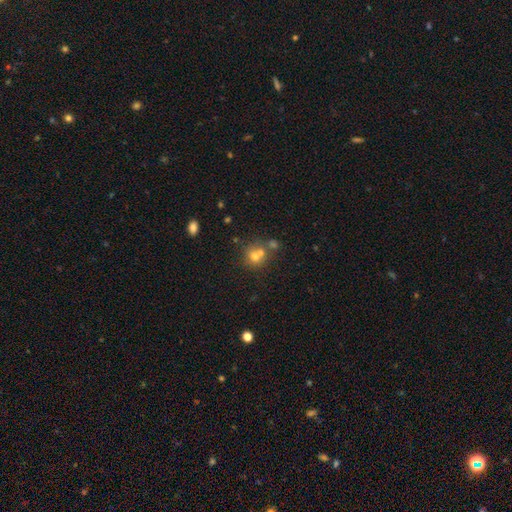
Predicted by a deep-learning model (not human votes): A smooth galaxy with no disk features (62%) that is round (81%). Merging: none (45%).